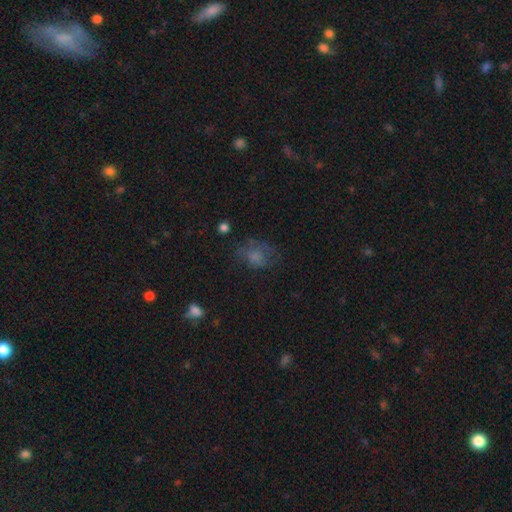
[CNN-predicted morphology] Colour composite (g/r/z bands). It shows a smooth galaxy with no disk features (65%) that is in between round and cigar-shaped (52%). Merging: none (49%).